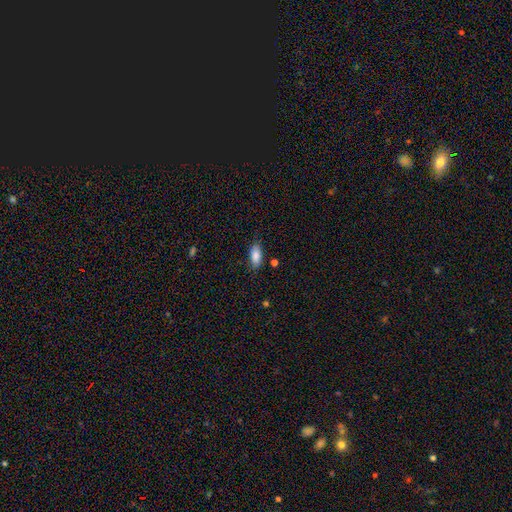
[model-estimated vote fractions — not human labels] This is clearly a smooth galaxy (87%). How rounded: clearly in between (87%). Merging: clearly none (81%).